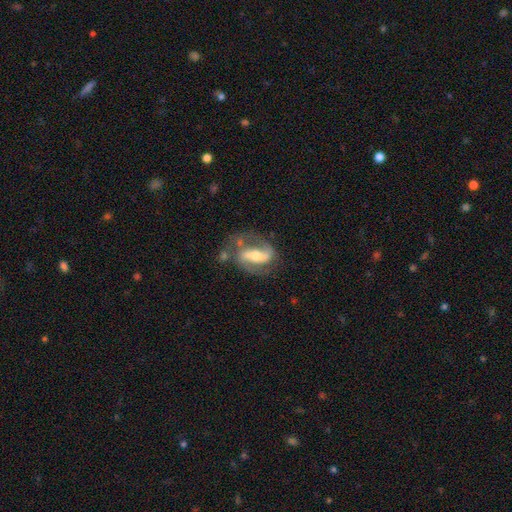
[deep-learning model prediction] This appears to be a featured or disk galaxy (80%) with a strong bar (57%), 2 (86%) medium (48%) spiral arms (89%) and a moderate central bulge (57%). Merging: none (59%).